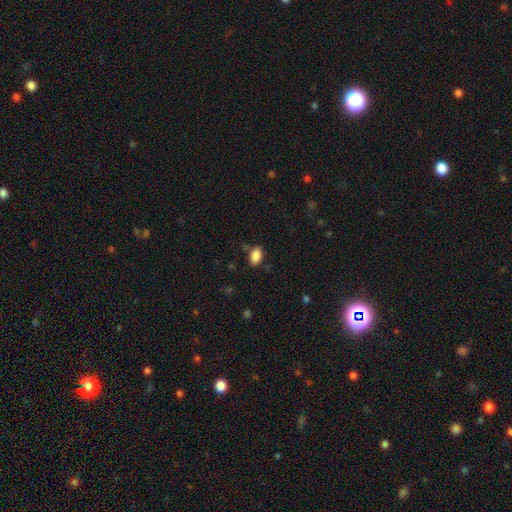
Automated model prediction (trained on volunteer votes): Overall: smooth (87%). How rounded: in between (92%). Merging: none (78%).